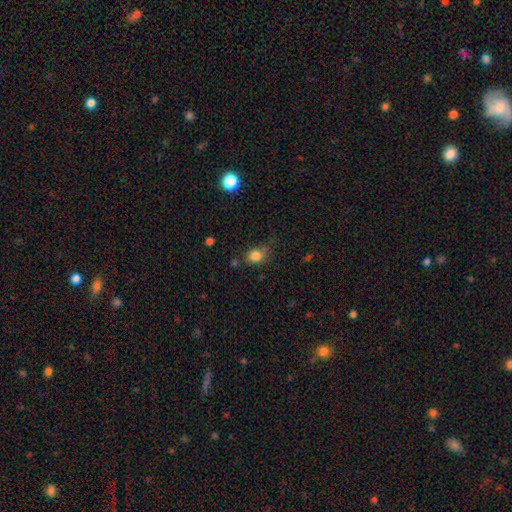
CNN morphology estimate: This is clearly a smooth galaxy (82%). How rounded: possibly round (55%). Merging: likely none (63%).